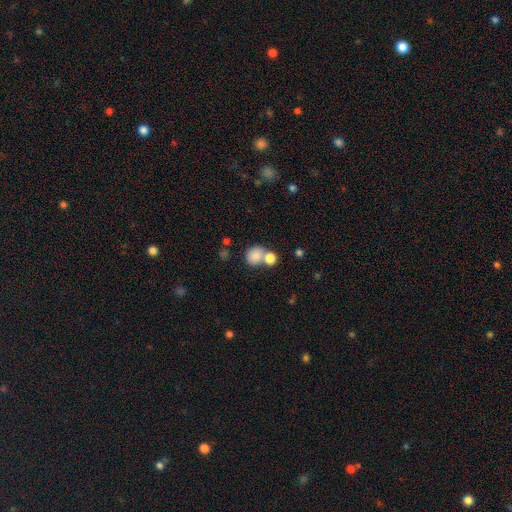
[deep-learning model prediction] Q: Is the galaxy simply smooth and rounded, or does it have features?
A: smooth — 82%.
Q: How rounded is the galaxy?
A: round — 76%.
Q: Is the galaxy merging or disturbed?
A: merger — 44%.